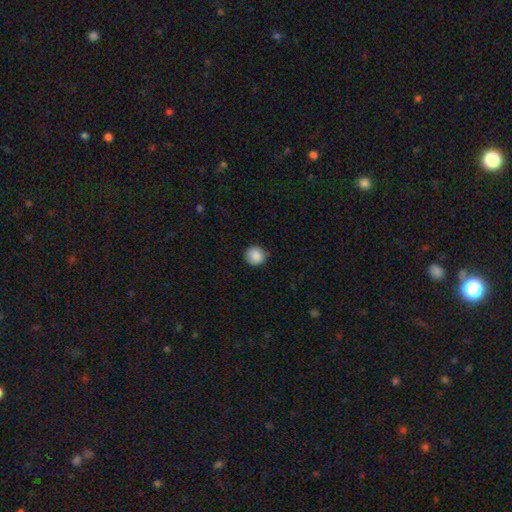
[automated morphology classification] Smooth or featured: smooth — 88% (star or artifact — 8%)
How rounded: round — 91% (in between — 8%)
Merging: none — 86% (minor disturbance — 11%)